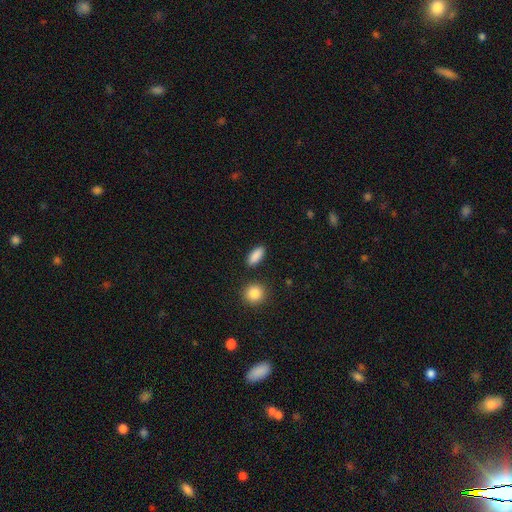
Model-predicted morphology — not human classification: smooth 89%, star or artifact 7%, featured or disk 4%. Down the decision tree: how rounded — in between (81%); merging — none (88%).